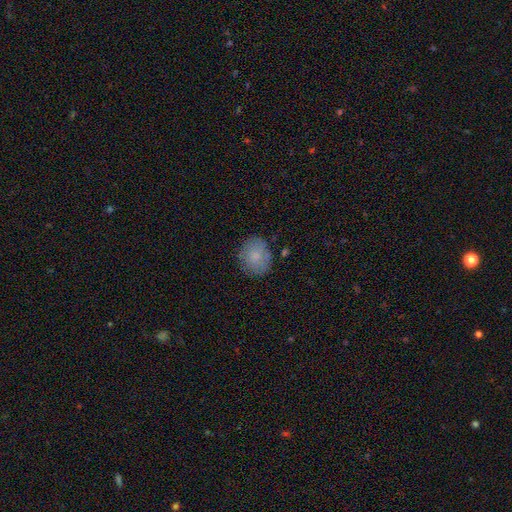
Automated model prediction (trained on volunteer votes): Smooth or featured? Predicted: smooth (p=0.76). How rounded? Predicted: round (p=0.63). Merging? Predicted: none (p=0.78).